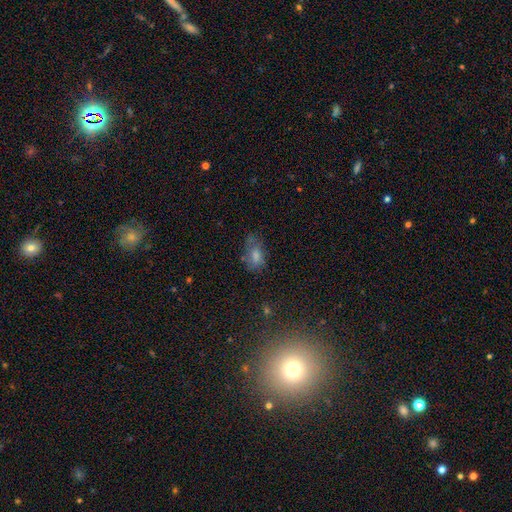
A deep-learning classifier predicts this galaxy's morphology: Smooth or featured: smooth — 72% (featured or disk — 16%)
How rounded: in between — 88% (round — 7%)
Merging: none — 54% (minor disturbance — 28%)